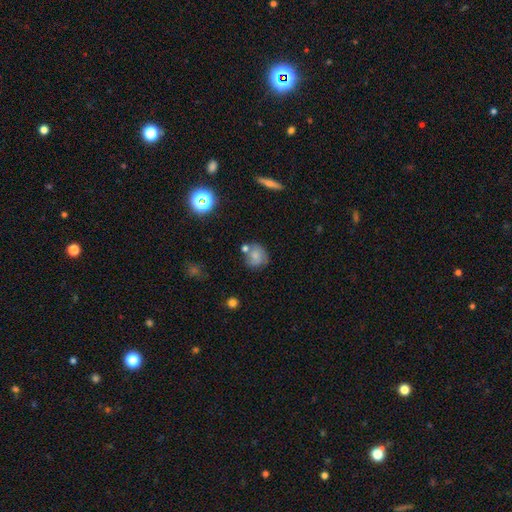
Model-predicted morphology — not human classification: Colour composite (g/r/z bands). It shows a smooth galaxy with no disk features (71%) that is round (78%). Merging: none (56%).